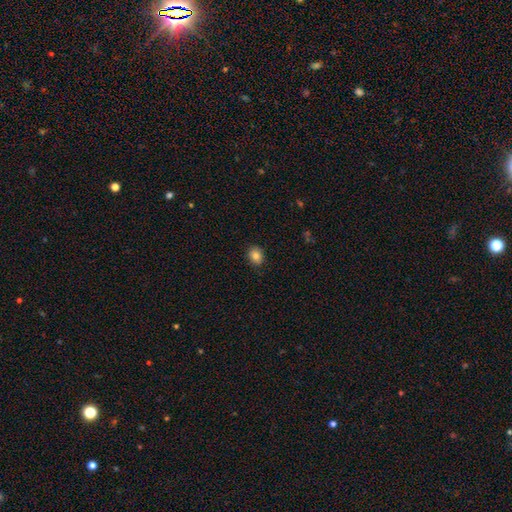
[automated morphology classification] A smooth galaxy with no disk features (84%) that is round (52%). Merging: none (88%).